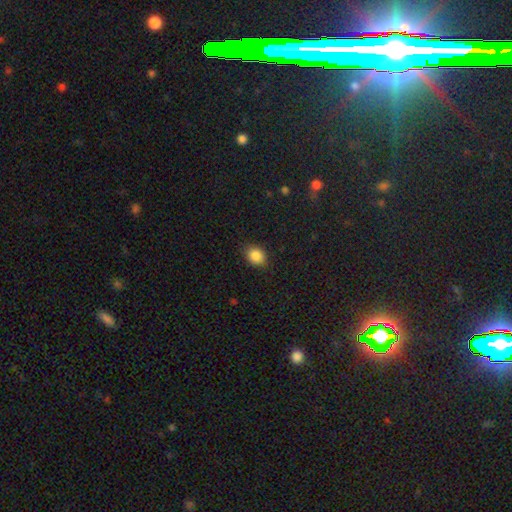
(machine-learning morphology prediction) This appears to be a smooth galaxy with no disk features (86%) that is round (53%). Merging: none (86%).